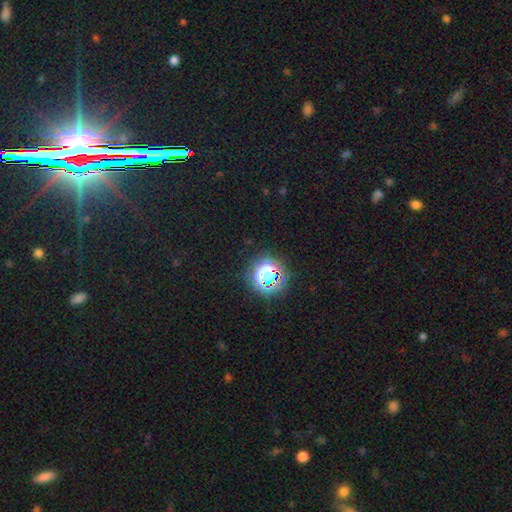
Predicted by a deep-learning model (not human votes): This is likely a star or artifact rather than a galaxy (76%).